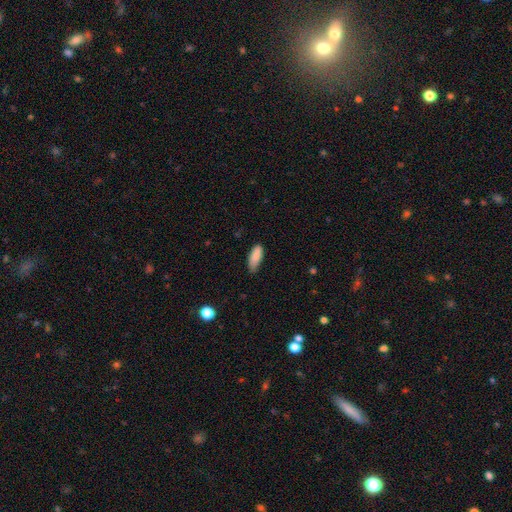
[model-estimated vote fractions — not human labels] This is clearly a smooth galaxy (88%). How rounded: likely in between (76%). Merging: likely none (64%).